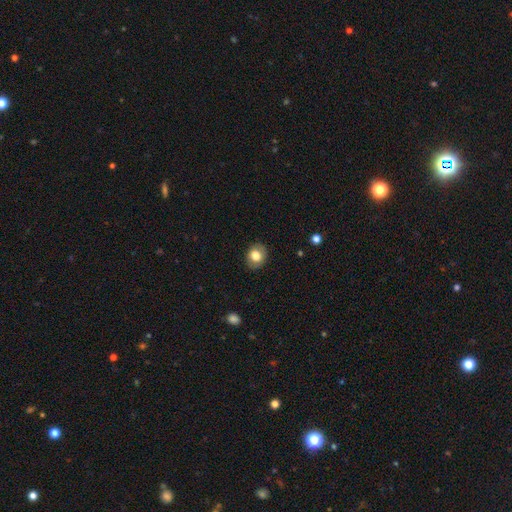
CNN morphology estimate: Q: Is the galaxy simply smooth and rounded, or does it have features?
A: smooth — 78%.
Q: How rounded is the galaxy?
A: round — 61%.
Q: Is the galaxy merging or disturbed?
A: none — 86%.